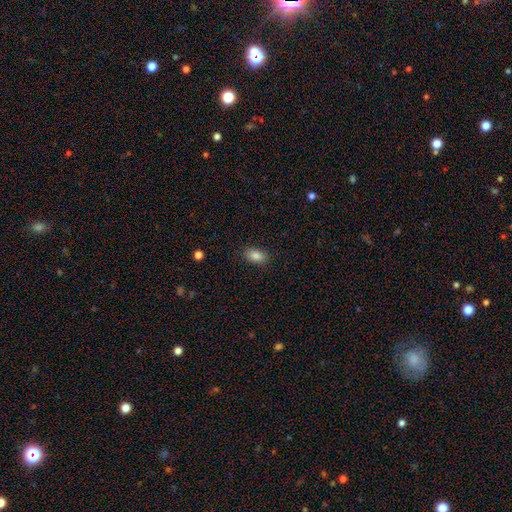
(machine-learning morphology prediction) The model was most divided on "smooth or featured": smooth: 86%, star or artifact: 9%, featured or disk: 5%. More confident: how rounded — in between (90%); merging — none (87%).